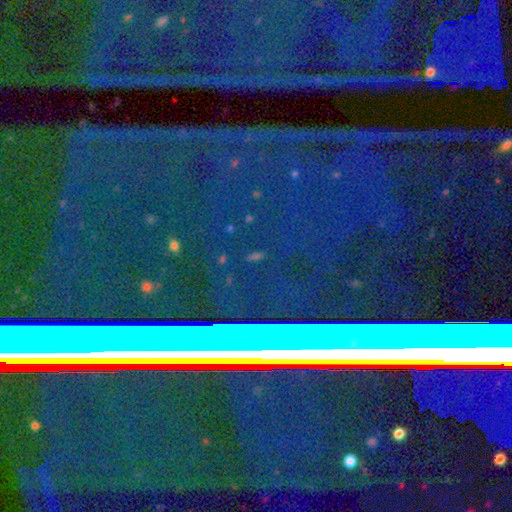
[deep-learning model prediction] smooth_or_featured: star or artifact (p=0.73) [alt: featured or disk p=0.15]